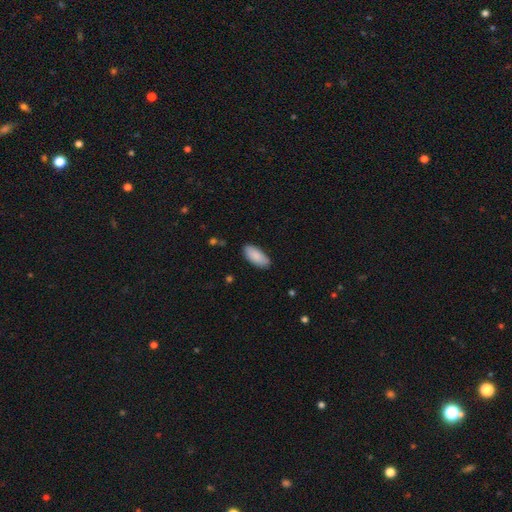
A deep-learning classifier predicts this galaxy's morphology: The model was most divided on "merging": none: 85%, minor disturbance: 12%, major disturbance: 2%, merger: 1%. More confident: smooth or featured — smooth (89%); how rounded — in between (87%).